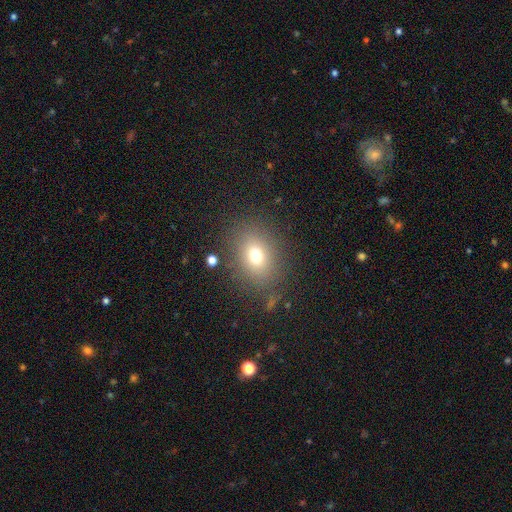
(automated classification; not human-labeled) Morphology: type=smooth (71%); roundness=in between (52%); merging=none (82%).